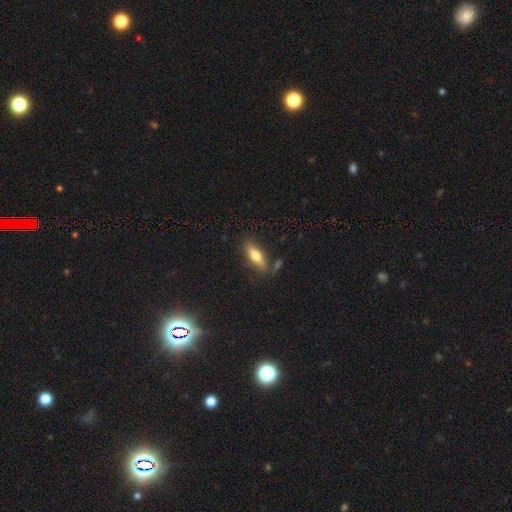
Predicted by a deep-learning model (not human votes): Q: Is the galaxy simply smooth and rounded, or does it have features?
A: smooth — 65%.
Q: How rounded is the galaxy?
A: in between — 51%.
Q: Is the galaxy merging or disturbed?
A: none — 77%.